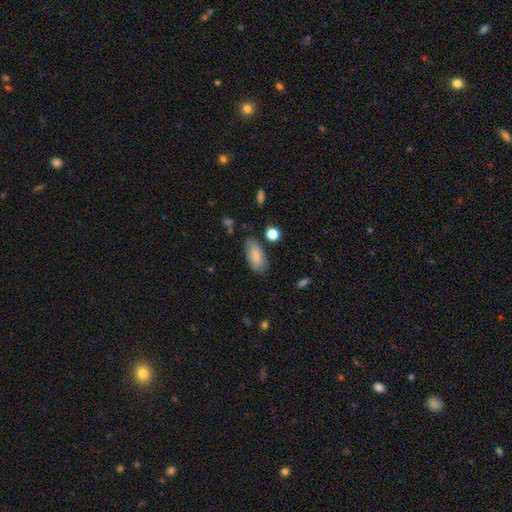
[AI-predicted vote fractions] This appears to be a smooth galaxy with no disk features (85%) that is in between round and cigar-shaped (89%). Merging: none (79%).